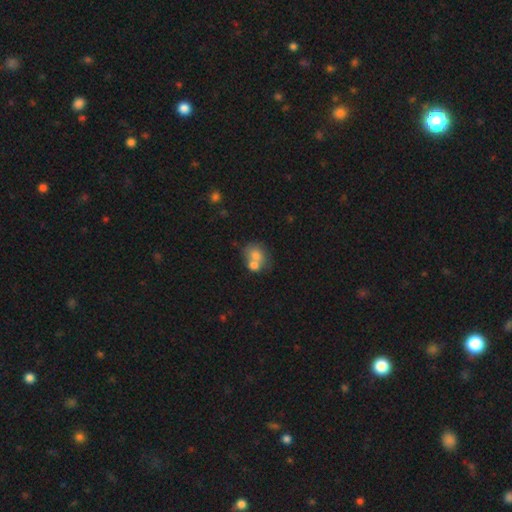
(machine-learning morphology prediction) Smooth or featured?
  - smooth: 71% *
  - featured or disk: 20%
  - star or artifact: 9%
How rounded?
  - round: 62% *
  - in between: 38%
  - cigar-shaped: 1%
Merging?
  - merger: 57% *
  - none: 30%
  - minor disturbance: 9%
  - major disturbance: 4%